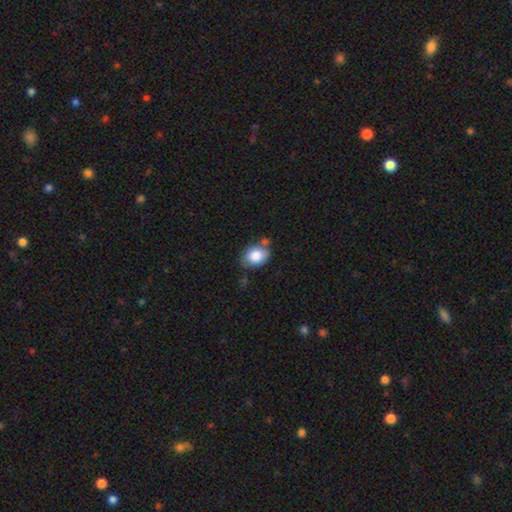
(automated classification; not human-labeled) Morphology: type=smooth (83%); roundness=in between (63%); merging=none (60%).